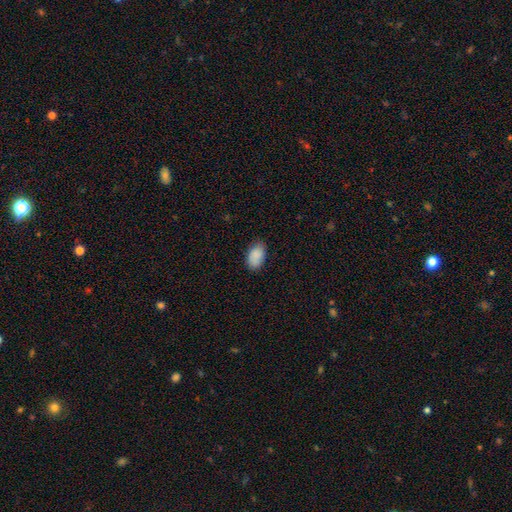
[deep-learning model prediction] Smooth or featured? smooth (88%)
How rounded? in between (93%)
Merging? none (80%)